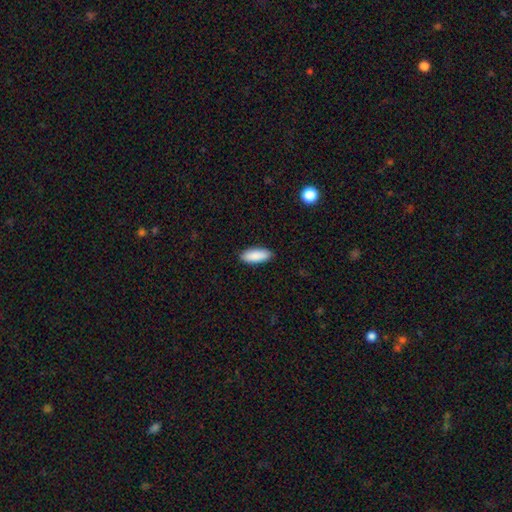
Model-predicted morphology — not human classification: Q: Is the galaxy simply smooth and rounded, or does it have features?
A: smooth — 90%.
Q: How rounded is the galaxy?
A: in between — 76%.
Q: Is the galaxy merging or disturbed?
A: none — 90%.